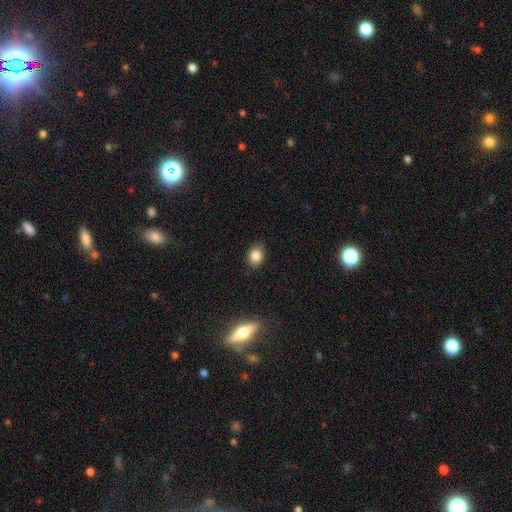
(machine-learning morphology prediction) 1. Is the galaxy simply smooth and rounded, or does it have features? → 84% smooth, 10% star or artifact, 6% featured or disk.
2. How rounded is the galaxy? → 63% in between, 36% round, 1% cigar-shaped.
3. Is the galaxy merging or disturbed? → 85% none, 11% minor disturbance, 2% major disturbance, 1% merger.